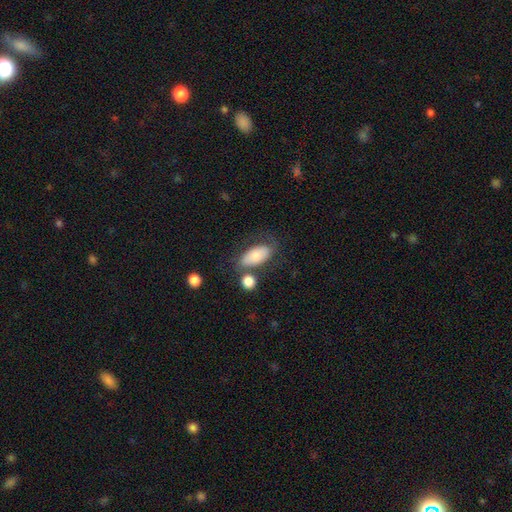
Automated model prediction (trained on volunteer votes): This appears to be a smooth galaxy with no disk features (75%) that is in between round and cigar-shaped (90%). Merging: none (56%).